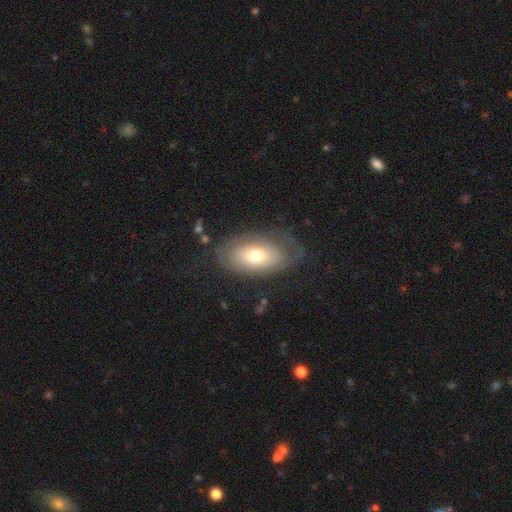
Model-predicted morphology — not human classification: This appears to be a smooth galaxy with no disk features (55%) that is in between round and cigar-shaped (91%). Merging: none (62%).